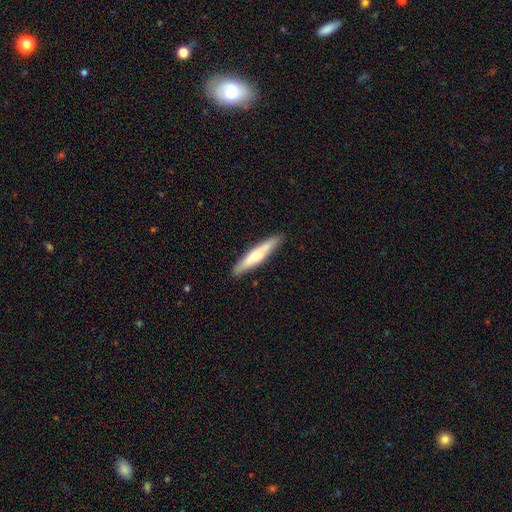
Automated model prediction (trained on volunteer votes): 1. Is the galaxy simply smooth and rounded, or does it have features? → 60% smooth, 35% featured or disk, 5% star or artifact.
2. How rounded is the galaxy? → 91% cigar-shaped, 8% in between, 1% round.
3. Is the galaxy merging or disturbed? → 88% none, 10% minor disturbance, 2% major disturbance, 1% merger.